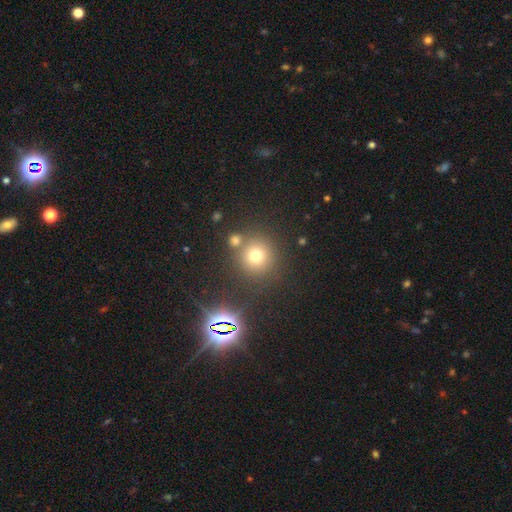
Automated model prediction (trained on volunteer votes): A smooth galaxy with no disk features (71%) that is round (93%).

Vote fractions:
- Smooth or featured? smooth: 71% / star or artifact: 20% / featured or disk: 9%
- How rounded? round: 93% / in between: 6% / cigar-shaped: 1%
- Merging? none: 75% / merger: 13% / minor disturbance: 8% / major disturbance: 4%